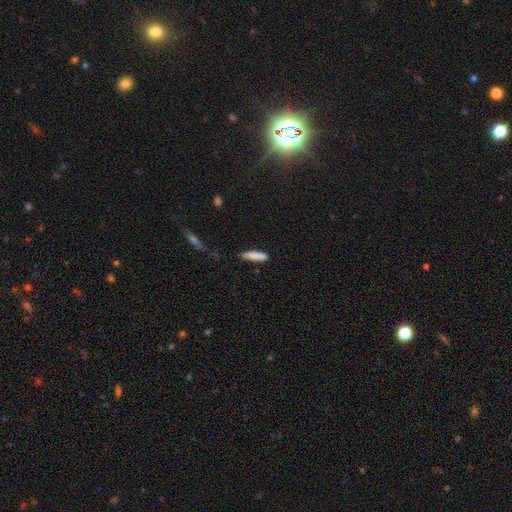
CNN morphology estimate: Overall: smooth (86%). How rounded: cigar-shaped (77%). Merging: none (82%).